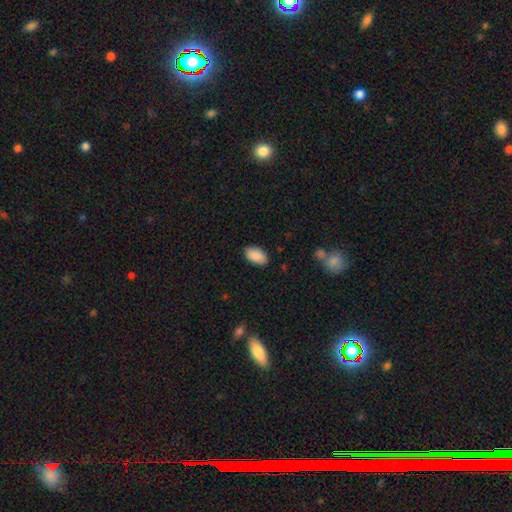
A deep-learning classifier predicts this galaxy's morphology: Q: Smooth or featured?
A: smooth (90%); runner-up: star or artifact (6%)
Q: How rounded?
A: in between (95%); runner-up: round (3%)
Q: Merging?
A: none (87%); runner-up: minor disturbance (10%)